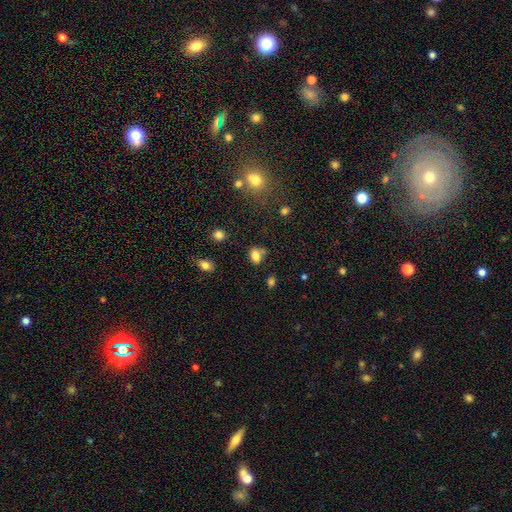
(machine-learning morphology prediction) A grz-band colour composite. It shows a smooth galaxy with no disk features (79%) that is in between round and cigar-shaped (77%). Merging: none (54%).